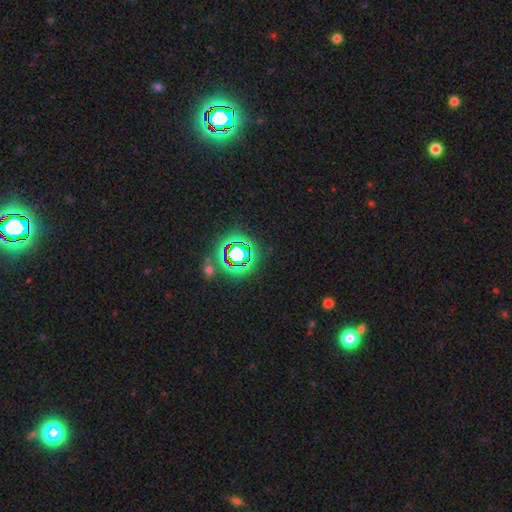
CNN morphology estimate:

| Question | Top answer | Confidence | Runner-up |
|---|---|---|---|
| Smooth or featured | star or artifact | 77% | smooth (16%) |